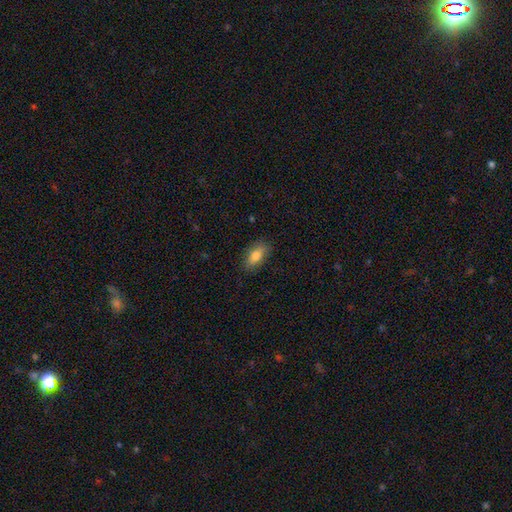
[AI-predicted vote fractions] Morphology: type=smooth (79%); roundness=in between (86%); merging=none (84%).